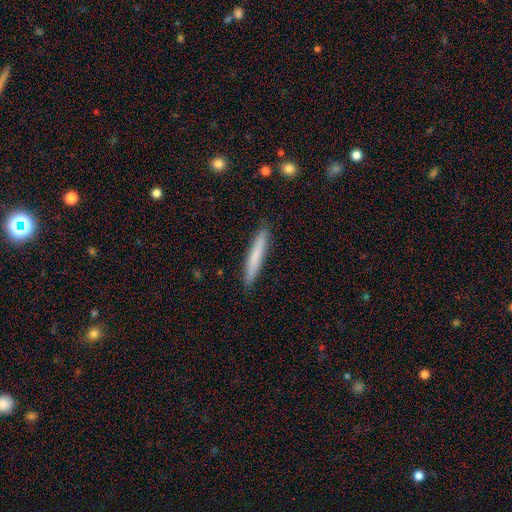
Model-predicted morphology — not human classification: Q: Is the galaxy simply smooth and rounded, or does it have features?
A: smooth — 74%.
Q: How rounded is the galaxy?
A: cigar-shaped — 95%.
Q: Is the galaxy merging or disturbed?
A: none — 90%.